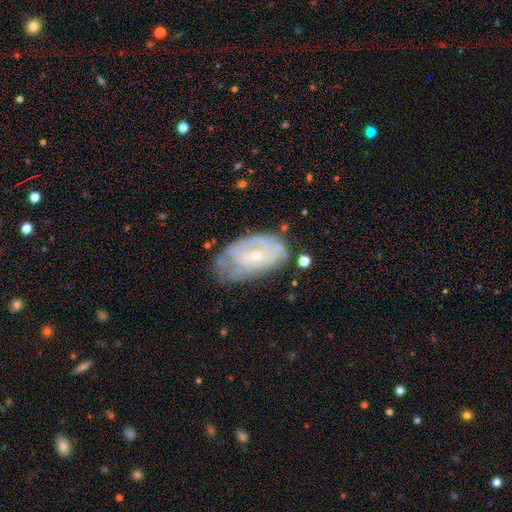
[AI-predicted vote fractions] A featured or disk galaxy (70%) with no bar (78%), spiral arms (66%) and a small central bulge (75%). Merging: none (52%).